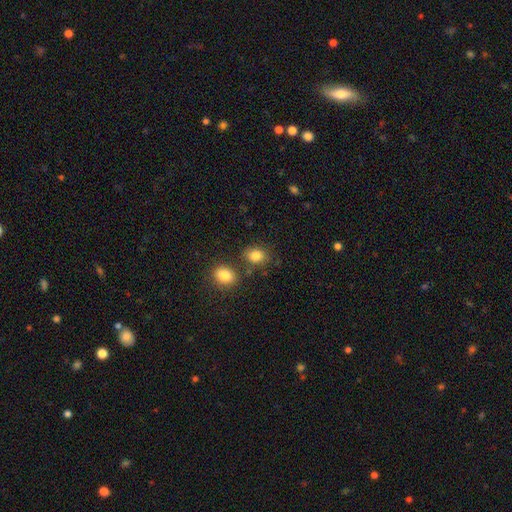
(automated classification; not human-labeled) Smooth or featured: smooth — 83% (star or artifact — 10%)
How rounded: in between — 62% (round — 37%)
Merging: none — 68% (minor disturbance — 14%)